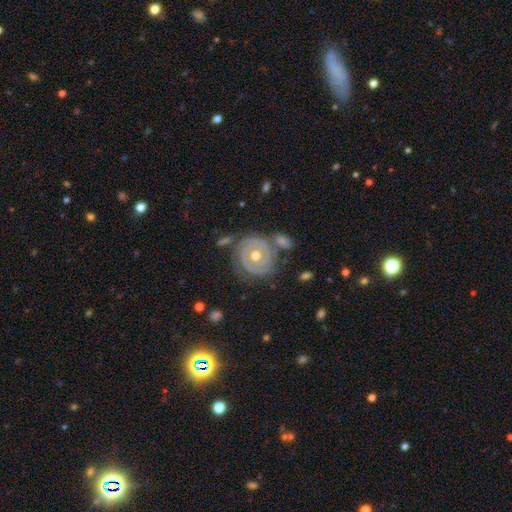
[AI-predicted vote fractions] smooth_or_featured: featured or disk (p=0.78) [alt: smooth p=0.16]
disk_edge_on: no (p=0.97) [alt: yes p=0.03]
bar: no (p=0.82) [alt: weak p=0.13]
has_spiral_arms: yes (p=0.70) [alt: no p=0.30]
spiral_winding: tight (p=0.80) [alt: medium p=0.15]
spiral_arm_count: 2 (p=0.51) [alt: can't tell p=0.26]
bulge_size: moderate (p=0.77) [alt: small p=0.17]
merging: none (p=0.69) [alt: minor disturbance p=0.16]